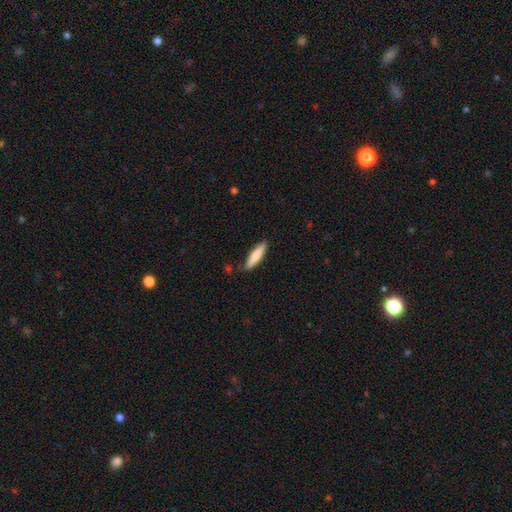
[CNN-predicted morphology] type=smooth (74%); roundness=cigar-shaped (78%); merging=none (83%).